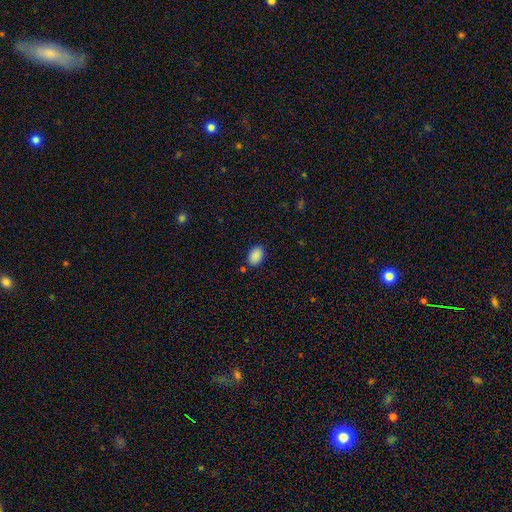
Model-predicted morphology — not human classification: Smooth or featured? smooth (89%)
How rounded? in between (82%)
Merging? none (82%)